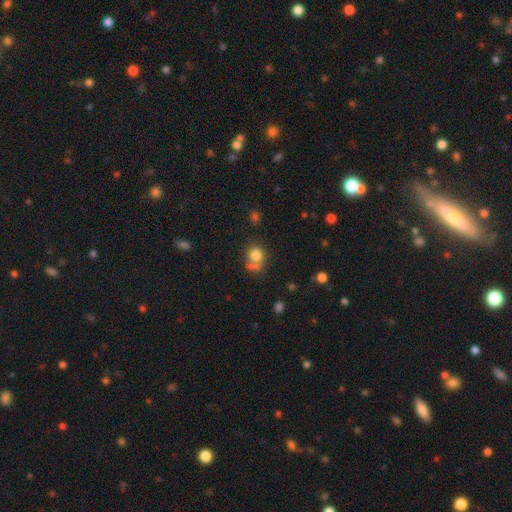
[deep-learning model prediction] This appears to be a smooth galaxy with no disk features (79%) that is round (79%). Merging: none (50%).